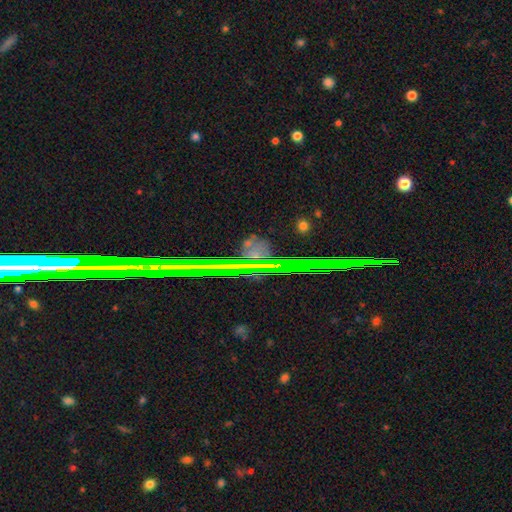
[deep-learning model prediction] smooth_or_featured: star or artifact (p=0.65) [alt: smooth p=0.20]